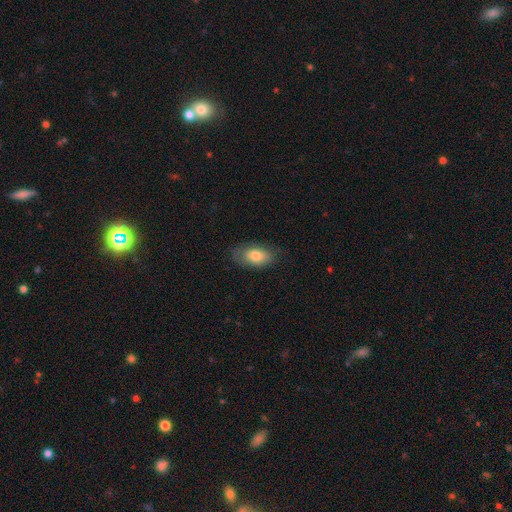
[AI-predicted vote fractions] Morphology: type=smooth (76%); roundness=in between (92%); merging=none (74%).